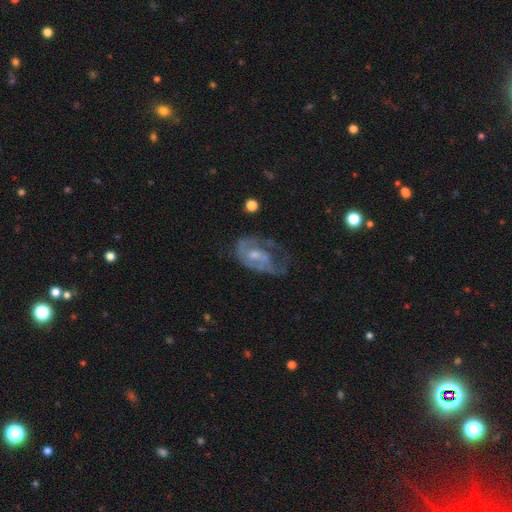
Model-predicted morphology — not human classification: Smooth or featured?
  - featured or disk: 68% *
  - smooth: 24%
  - star or artifact: 8%
Edge-on disk?
  - no: 96% *
  - yes: 4%
Bar?
  - no: 63% *
  - weak: 31%
  - strong: 6%
Spiral arms?
  - yes: 61% *
  - no: 39%
Bulge size?
  - small: 44% *
  - moderate: 43%
  - none: 9%
  - large: 3%
  - dominant: 1%
Merging?
  - major disturbance: 38% *
  - none: 32%
  - minor disturbance: 26%
  - merger: 4%